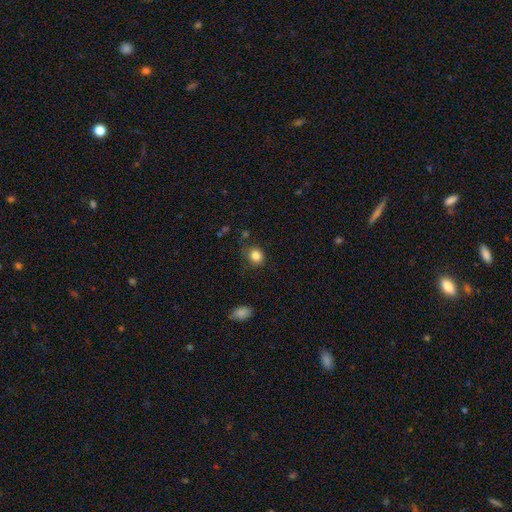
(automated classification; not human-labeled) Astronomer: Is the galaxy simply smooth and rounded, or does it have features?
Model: smooth — 84%.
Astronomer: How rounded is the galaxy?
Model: round — 70%.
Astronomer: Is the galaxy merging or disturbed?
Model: none — 78%.